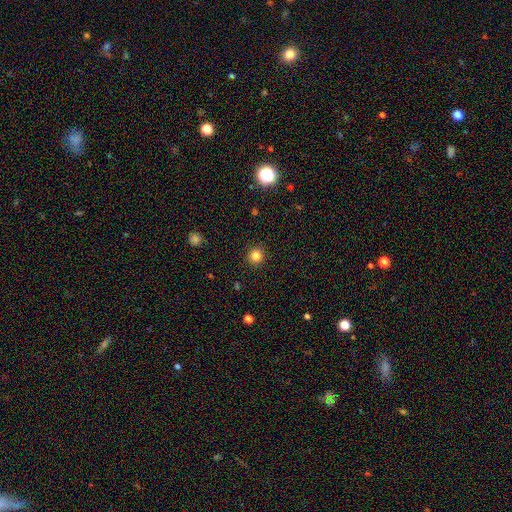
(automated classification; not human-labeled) smooth 83%, star or artifact 13%, featured or disk 4%. Down the decision tree: how rounded — round (93%); merging — none (92%).